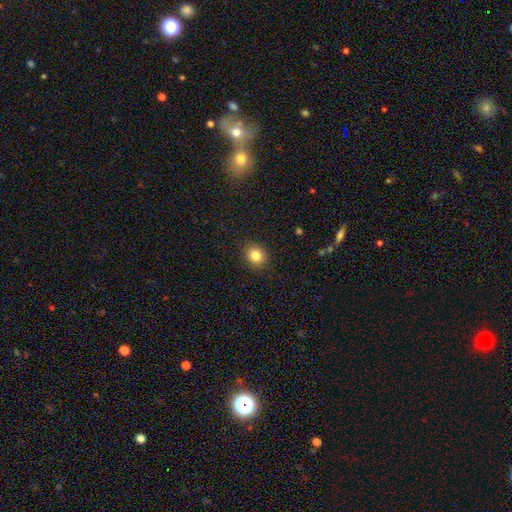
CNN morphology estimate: This is clearly a smooth galaxy (83%). How rounded: likely round (69%). Merging: clearly none (89%).